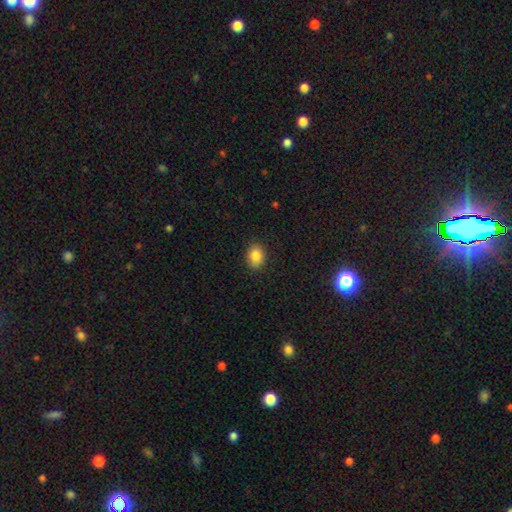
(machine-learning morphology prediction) A smooth galaxy with no disk features (86%) that is in between round and cigar-shaped (66%).

Vote fractions:
- Smooth or featured? smooth: 86% / star or artifact: 9% / featured or disk: 6%
- How rounded? in between: 66% / round: 33% / cigar-shaped: 1%
- Merging? none: 85% / minor disturbance: 12% / major disturbance: 2% / merger: 1%